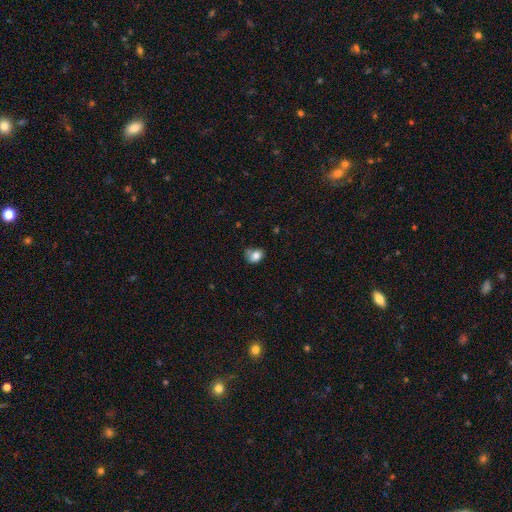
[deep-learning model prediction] smooth 79%, star or artifact 10%, featured or disk 10%. Down the decision tree: how rounded — in between (60%); merging — none (47%).